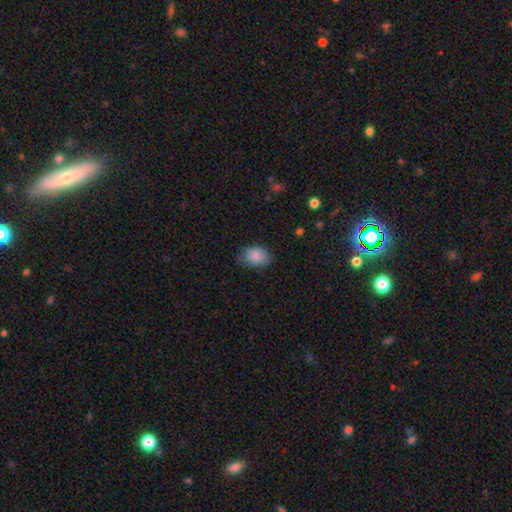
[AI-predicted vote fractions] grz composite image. It shows a smooth galaxy with no disk features (87%) that is in between round and cigar-shaped (83%). Merging: none (68%).